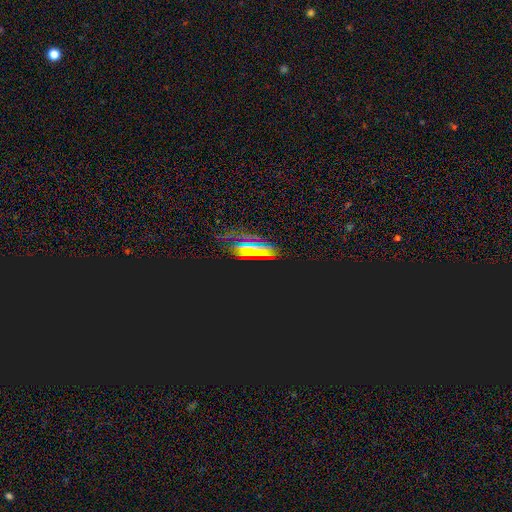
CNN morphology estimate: Smooth or featured: star or artifact — 42% (featured or disk — 31%)